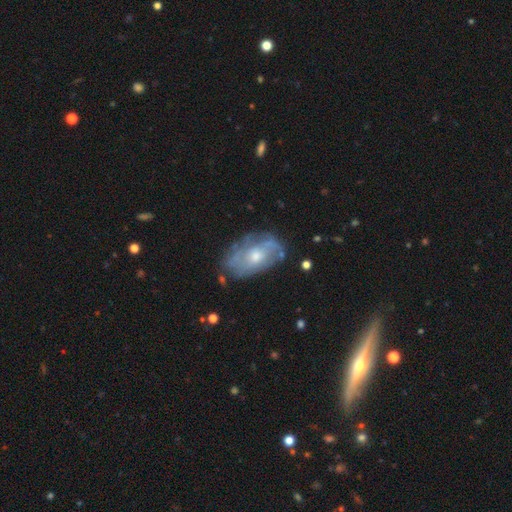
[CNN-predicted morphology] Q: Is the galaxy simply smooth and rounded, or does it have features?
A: featured or disk — 66%.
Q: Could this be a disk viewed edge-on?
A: no — 93%.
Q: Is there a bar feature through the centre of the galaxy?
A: no — 77%.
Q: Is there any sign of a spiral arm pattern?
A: yes — 66%.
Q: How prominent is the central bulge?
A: moderate — 57%.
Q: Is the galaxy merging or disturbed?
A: none — 67%.